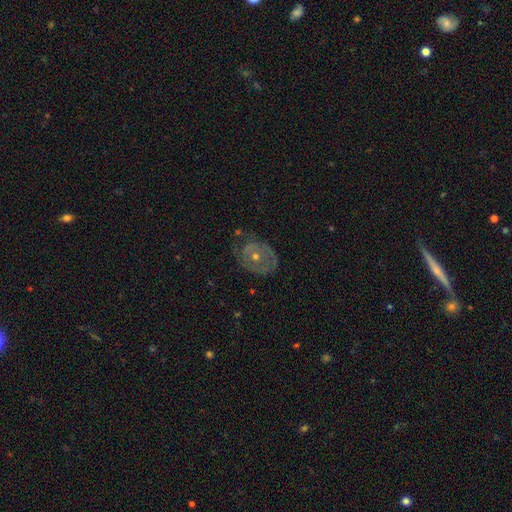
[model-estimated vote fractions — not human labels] smooth_or_featured: featured or disk (p=0.65) [alt: smooth p=0.26]
disk_edge_on: no (p=0.96) [alt: yes p=0.04]
bar: no (p=0.86) [alt: weak p=0.11]
has_spiral_arms: no (p=0.59) [alt: yes p=0.41]
bulge_size: moderate (p=0.53) [alt: small p=0.43]
merging: none (p=0.62) [alt: minor disturbance p=0.24]